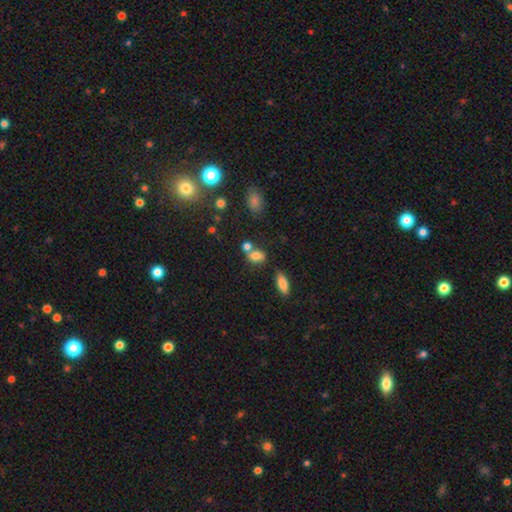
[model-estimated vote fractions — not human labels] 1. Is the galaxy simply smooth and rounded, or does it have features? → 75% smooth, 13% star or artifact, 12% featured or disk.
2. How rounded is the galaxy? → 72% in between, 25% round, 3% cigar-shaped.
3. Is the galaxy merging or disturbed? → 42% none, 38% merger, 14% minor disturbance, 5% major disturbance.